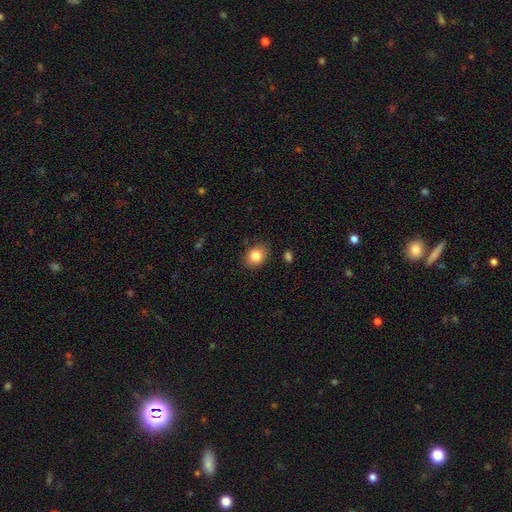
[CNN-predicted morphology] type=smooth (83%); roundness=in between (55%); merging=none (84%).